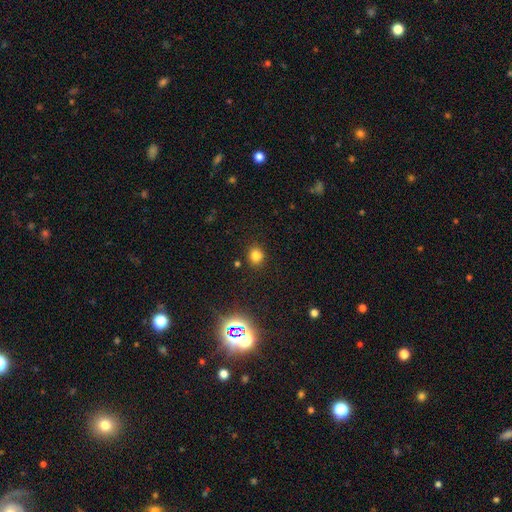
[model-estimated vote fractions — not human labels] smooth-or-featured: smooth: 78% | star or artifact: 16% | featured or disk: 6%
  how-rounded: round: 77% | in between: 22% | cigar-shaped: 1%
  merging: none: 86% | minor disturbance: 9% | major disturbance: 3% | merger: 2%